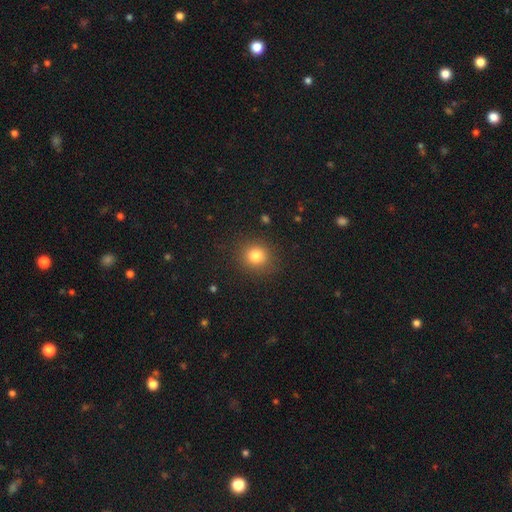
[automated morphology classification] Smooth or featured? smooth (81%)
How rounded? round (88%)
Merging? none (88%)